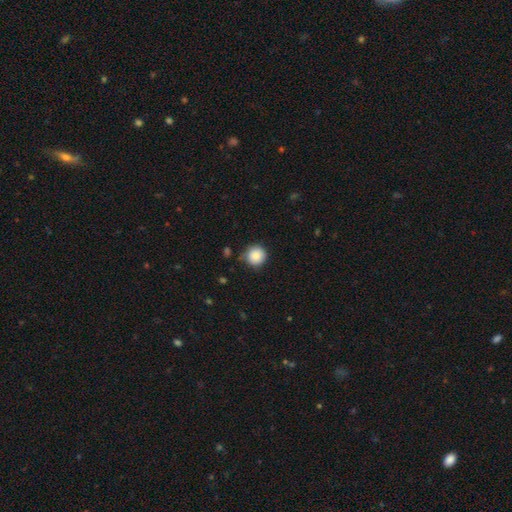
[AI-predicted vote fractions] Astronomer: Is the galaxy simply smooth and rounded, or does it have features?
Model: smooth — 87%.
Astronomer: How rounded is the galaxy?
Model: round — 94%.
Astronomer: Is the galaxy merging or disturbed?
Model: none — 81%.